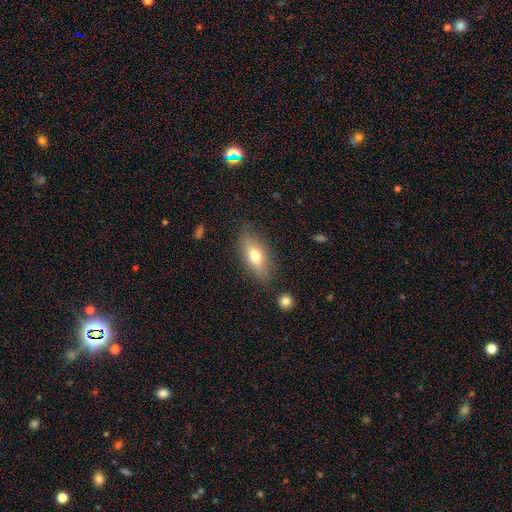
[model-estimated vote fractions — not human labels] Smooth or featured: smooth — 66% (featured or disk — 26%)
How rounded: in between — 75% (cigar-shaped — 20%)
Merging: none — 82% (minor disturbance — 12%)